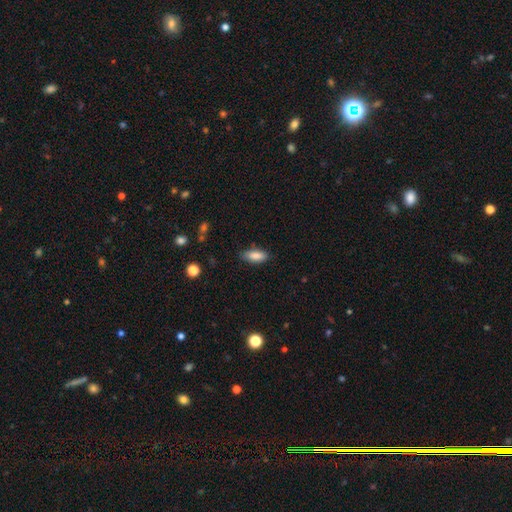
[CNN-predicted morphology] Smooth or featured? smooth (86%)
How rounded? in between (80%)
Merging? none (81%)